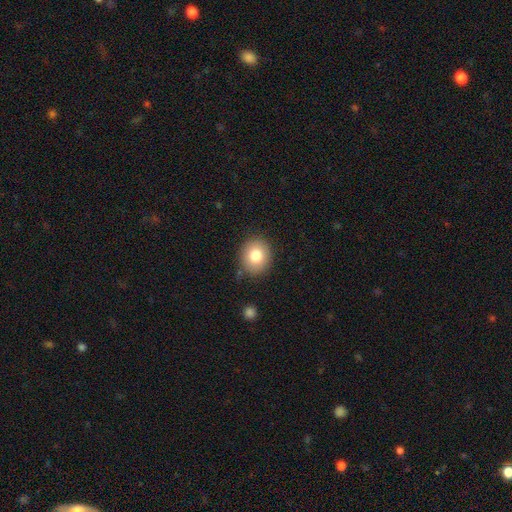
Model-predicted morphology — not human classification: Smooth or featured?
  - smooth: 79% *
  - featured or disk: 11%
  - star or artifact: 10%
How rounded?
  - round: 68% *
  - in between: 31%
  - cigar-shaped: 1%
Merging?
  - none: 85% *
  - minor disturbance: 10%
  - major disturbance: 3%
  - merger: 2%